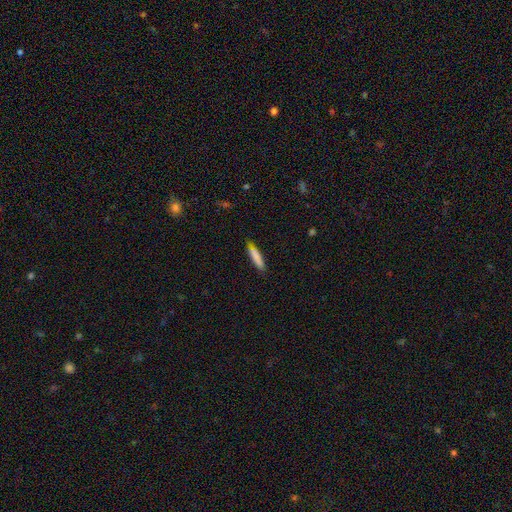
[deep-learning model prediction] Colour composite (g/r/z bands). It shows a smooth galaxy with no disk features (82%) that is cigar-shaped (87%). Merging: none (80%).